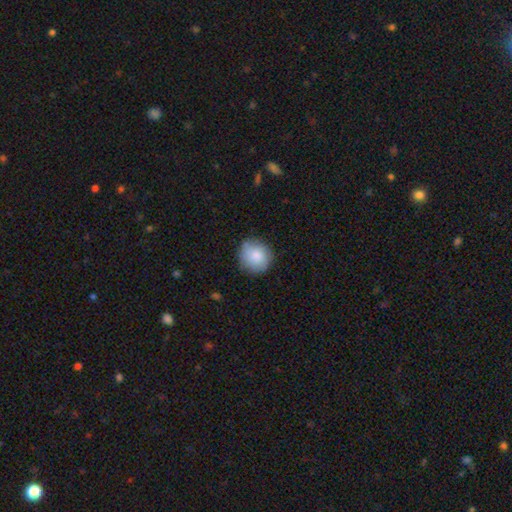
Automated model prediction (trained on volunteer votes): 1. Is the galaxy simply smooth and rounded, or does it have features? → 81% smooth, 12% featured or disk, 7% star or artifact.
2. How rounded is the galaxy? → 90% round, 9% in between, 1% cigar-shaped.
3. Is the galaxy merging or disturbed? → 81% none, 15% minor disturbance, 3% major disturbance, 1% merger.